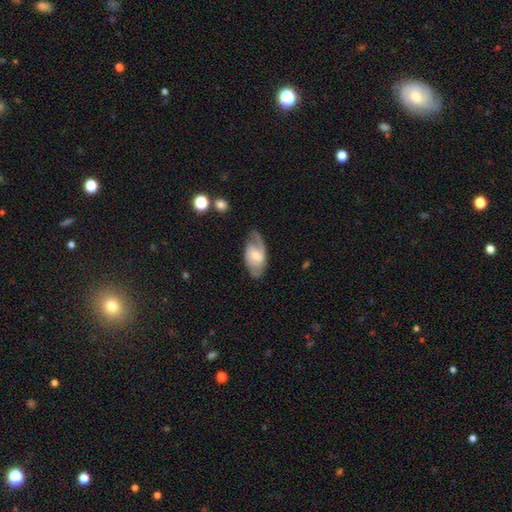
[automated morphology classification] A featured or disk galaxy (68%) with no bar (44%, tied with weak), 2 (66%) medium (46%) spiral arms (87%) and a moderate central bulge (47%). Merging: none (69%).